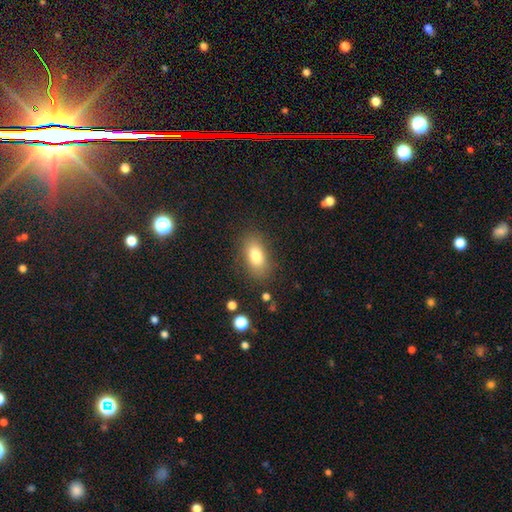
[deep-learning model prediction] Overall: smooth (80%). How rounded: in between (88%). Merging: none (83%).